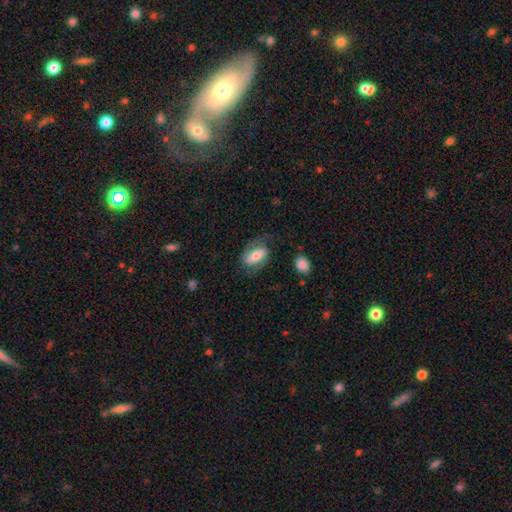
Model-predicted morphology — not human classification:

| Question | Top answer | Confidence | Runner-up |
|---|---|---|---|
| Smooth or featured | smooth | 49% | featured or disk (44%) |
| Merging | none | 62% | minor disturbance (21%) |